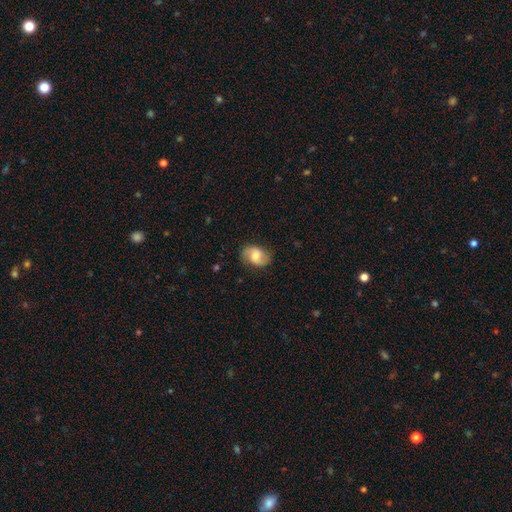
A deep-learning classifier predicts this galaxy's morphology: The model was most divided on "spiral winding": loose: 44%, medium: 41%, tight: 15%. Remaining: edge-on disk — no (97%); spiral arms — yes (91%); spiral arm count — 2 (90%); merging — none (79%); smooth or featured — featured or disk (57%); bulge size — moderate (52%); bar — no (49%).